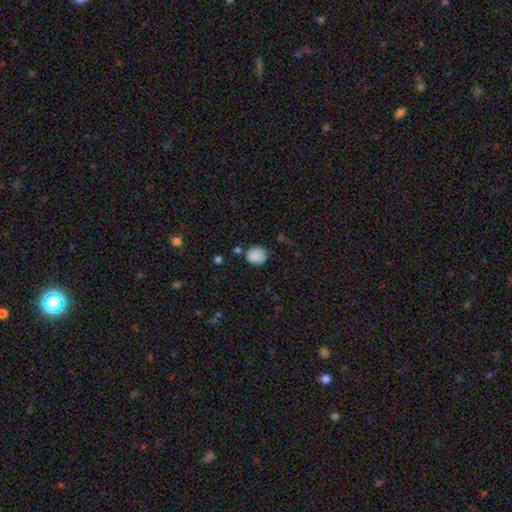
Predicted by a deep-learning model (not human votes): smooth_or_featured: smooth (p=0.87) [alt: star or artifact p=0.08]
how_rounded: round (p=0.75) [alt: in between p=0.24]
merging: none (p=0.78) [alt: minor disturbance p=0.15]